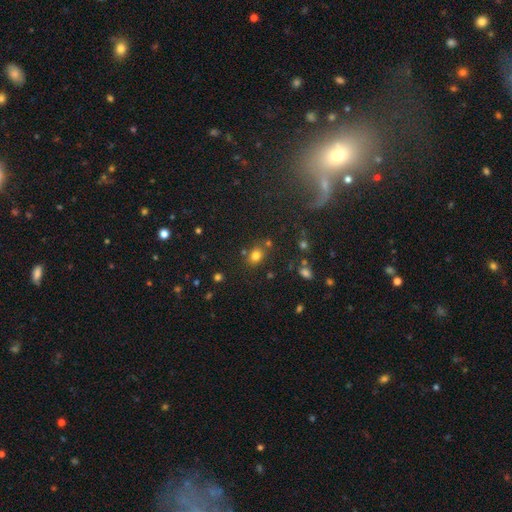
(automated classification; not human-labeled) Smooth or featured: smooth — 77% (star or artifact — 16%)
How rounded: round — 52% (in between — 47%)
Merging: none — 73% (minor disturbance — 12%)